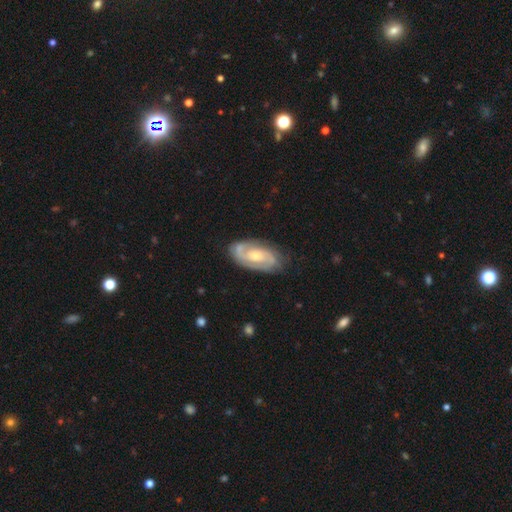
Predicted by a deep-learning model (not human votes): Q: Smooth or featured?
A: featured or disk (83%); runner-up: smooth (13%)
Q: Edge-on disk?
A: no (96%); runner-up: yes (4%)
Q: Bar?
A: no (56%); runner-up: weak (36%)
Q: Spiral arms?
A: yes (94%); runner-up: no (6%)
Q: Spiral winding?
A: tight (49%); runner-up: medium (40%)
Q: Spiral arm count?
A: 2 (73%); runner-up: can't tell (13%)
Q: Bulge size?
A: moderate (56%); runner-up: small (38%)
Q: Merging?
A: none (75%); runner-up: minor disturbance (18%)